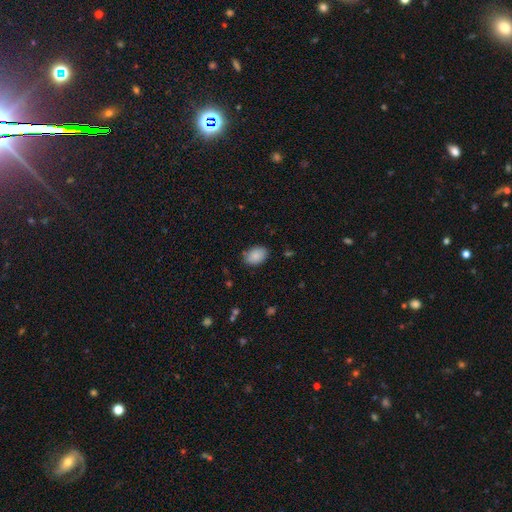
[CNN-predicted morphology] type=smooth (88%); roundness=in between (82%); merging=none (80%).